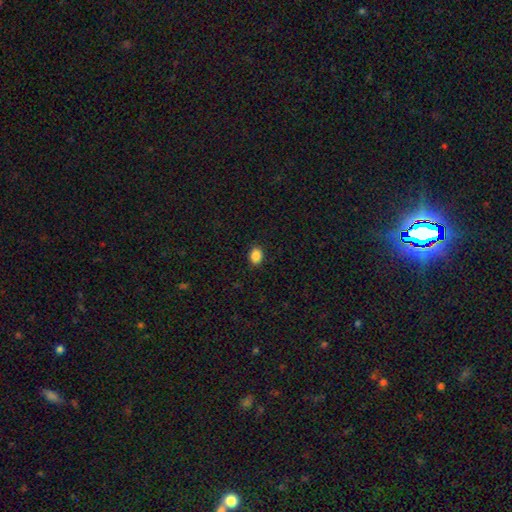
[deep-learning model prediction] A smooth galaxy with no disk features (87%) that is in between round and cigar-shaped (68%). Merging: none (90%).